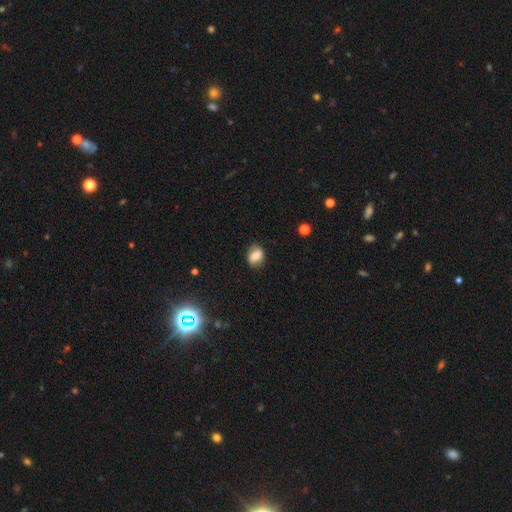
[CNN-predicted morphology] smooth-or-featured: smooth: 70% | featured or disk: 20% | star or artifact: 10%
  how-rounded: in between: 66% | round: 32% | cigar-shaped: 2%
  merging: none: 72% | minor disturbance: 20% | major disturbance: 6% | merger: 2%